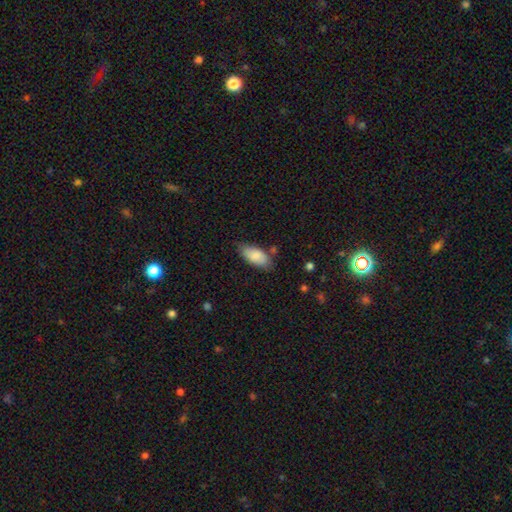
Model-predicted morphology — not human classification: Smooth or featured? Predicted: smooth (p=0.84). How rounded? Predicted: in between (p=0.90). Merging? Predicted: none (p=0.69).